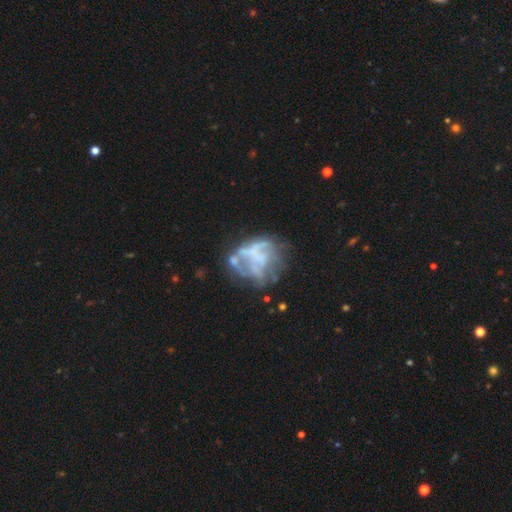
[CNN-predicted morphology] smooth_or_featured: featured or disk (p=0.68) [alt: smooth p=0.20]
disk_edge_on: no (p=0.98) [alt: yes p=0.02]
bar: no (p=0.85) [alt: weak p=0.10]
has_spiral_arms: no (p=0.83) [alt: yes p=0.17]
bulge_size: none (p=0.74) [alt: moderate p=0.11]
merging: none (p=0.41) [alt: major disturbance p=0.30]